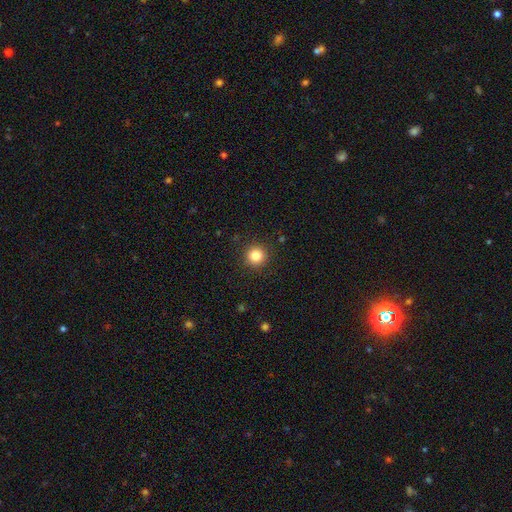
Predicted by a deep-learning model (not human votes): smooth_or_featured: smooth (p=0.84) [alt: star or artifact p=0.11]
how_rounded: round (p=0.95) [alt: in between p=0.04]
merging: none (p=0.91) [alt: minor disturbance p=0.06]